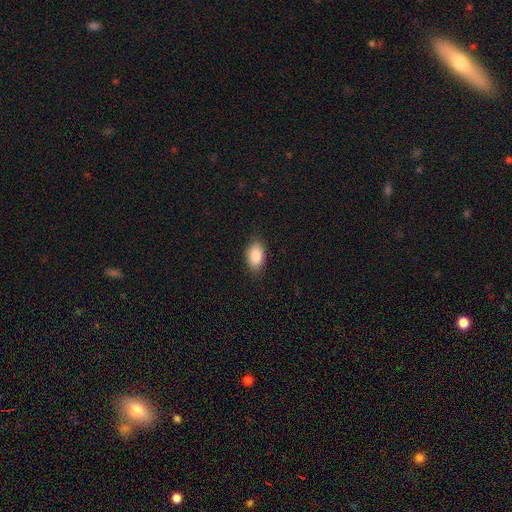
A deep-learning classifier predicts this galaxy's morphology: The model was most divided on "merging": none: 86%, minor disturbance: 11%, major disturbance: 3%, merger: 1%. More confident: how rounded — in between (93%); smooth or featured — smooth (89%).